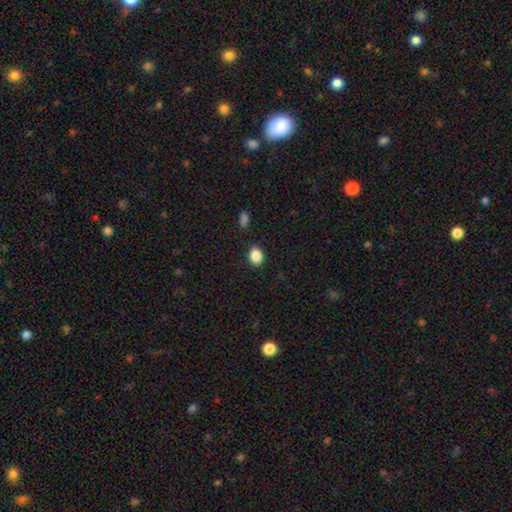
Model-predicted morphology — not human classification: type=smooth (87%); roundness=in between (56%); merging=none (87%).